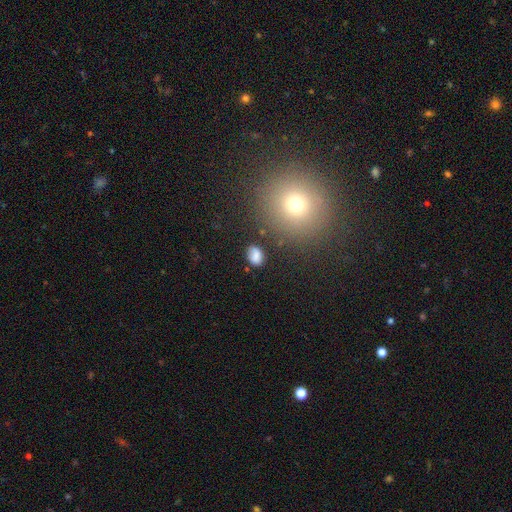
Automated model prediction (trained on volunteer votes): The model was most divided on "merging": none: 69%, minor disturbance: 18%, major disturbance: 7%, merger: 6%. More confident: smooth or featured — smooth (78%); how rounded — in between (76%).